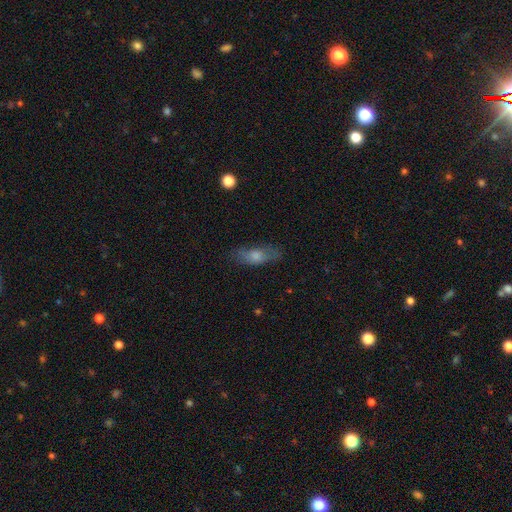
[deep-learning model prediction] This is likely a smooth galaxy (62%). How rounded: likely in between (62%). Merging: likely none (73%).